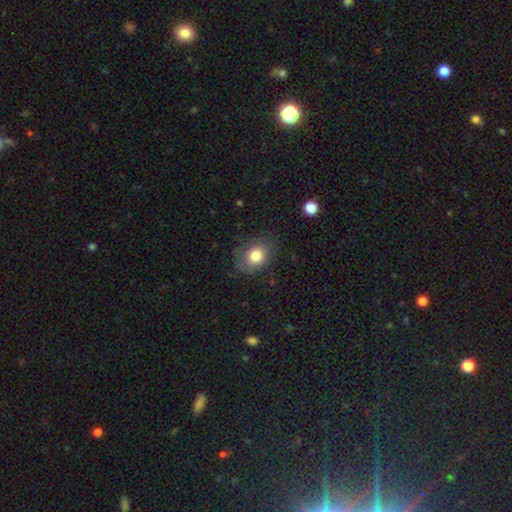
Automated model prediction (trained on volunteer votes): A smooth galaxy with no disk features (80%) that is round (50%).

Vote fractions:
- Smooth or featured? smooth: 80% / featured or disk: 11% / star or artifact: 9%
- How rounded? round: 50% / in between: 49% / cigar-shaped: 1%
- Merging? none: 73% / minor disturbance: 19% / major disturbance: 7% / merger: 1%